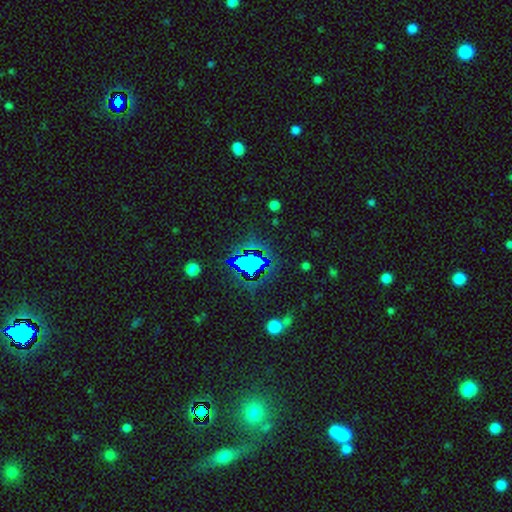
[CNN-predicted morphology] smooth_or_featured: star or artifact (p=0.78) [alt: smooth p=0.13]